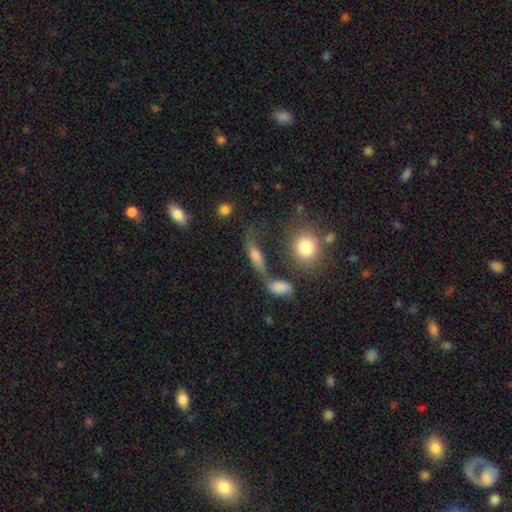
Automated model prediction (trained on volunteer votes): smooth-or-featured: smooth: 51% | featured or disk: 33% | star or artifact: 16%
  how-rounded: in between: 44% | cigar-shaped: 43% | round: 14%
  merging: none: 49% | minor disturbance: 20% | merger: 17% | major disturbance: 14%